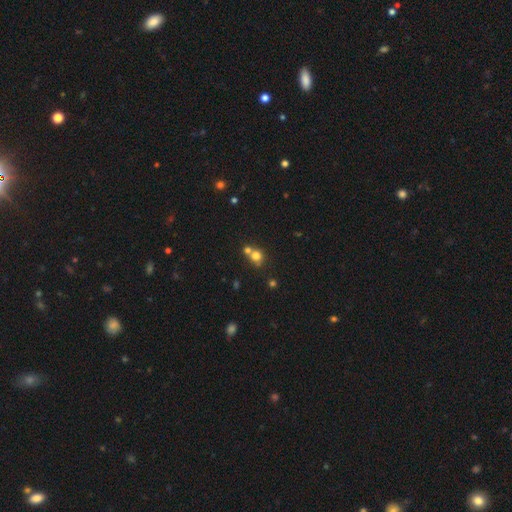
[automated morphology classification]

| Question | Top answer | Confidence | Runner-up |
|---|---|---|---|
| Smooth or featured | smooth | 74% | star or artifact (15%) |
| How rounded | round | 81% | in between (18%) |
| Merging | none | 45% | merger (43%) |